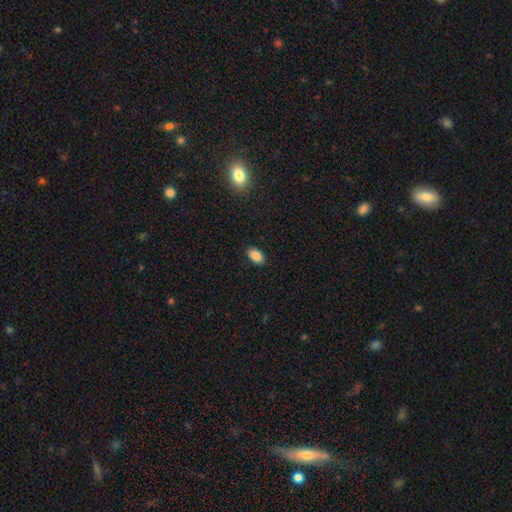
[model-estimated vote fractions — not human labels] Smooth or featured?
  - smooth: 87% *
  - star or artifact: 8%
  - featured or disk: 5%
How rounded?
  - in between: 93% *
  - round: 5%
  - cigar-shaped: 3%
Merging?
  - none: 88% *
  - minor disturbance: 9%
  - major disturbance: 2%
  - merger: 1%